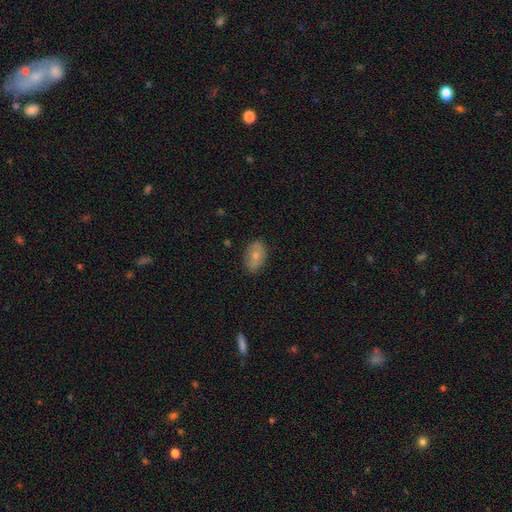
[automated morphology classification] smooth_or_featured: smooth (p=0.68) [alt: featured or disk p=0.24]
how_rounded: in between (p=0.86) [alt: round p=0.13]
merging: none (p=0.81) [alt: minor disturbance p=0.15]